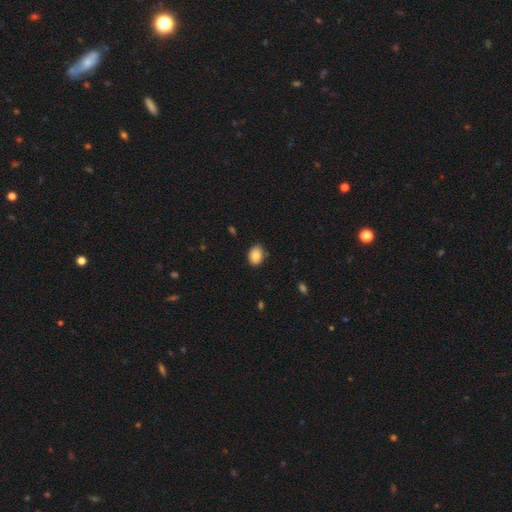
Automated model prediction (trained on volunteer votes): smooth-or-featured: smooth: 86% | star or artifact: 8% | featured or disk: 6%
  how-rounded: in between: 69% | round: 30% | cigar-shaped: 1%
  merging: none: 84% | minor disturbance: 12% | major disturbance: 2% | merger: 1%